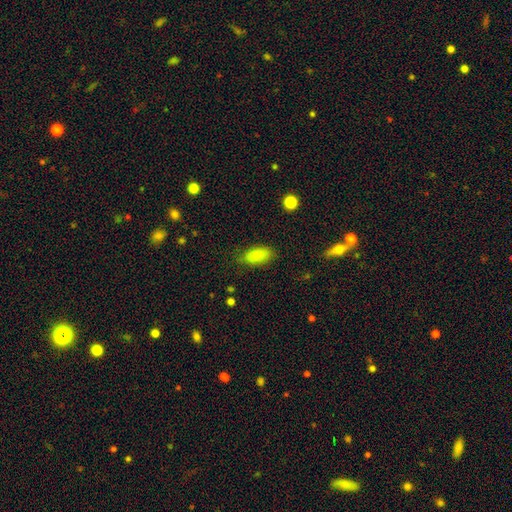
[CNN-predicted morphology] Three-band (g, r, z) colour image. It shows a smooth galaxy with no disk features (84%) that is in between round and cigar-shaped (81%). Merging: none (67%).